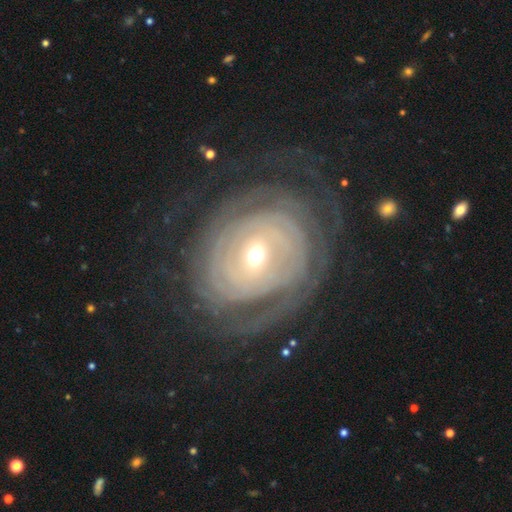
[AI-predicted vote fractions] Smooth or featured? featured or disk (86%)
Edge-on disk? no (96%)
Bar? no (50%)
Spiral arms? yes (92%)
Spiral winding? tight (81%)
Spiral arm count? can't tell (40%)
Bulge size? moderate (53%)
Merging? none (72%)